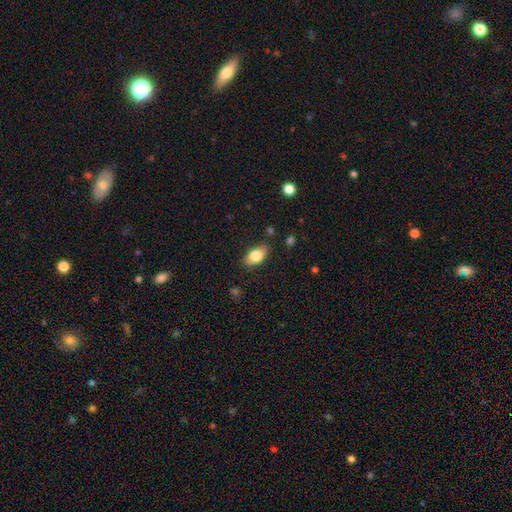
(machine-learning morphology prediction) type=smooth (81%); roundness=in between (90%); merging=none (82%).